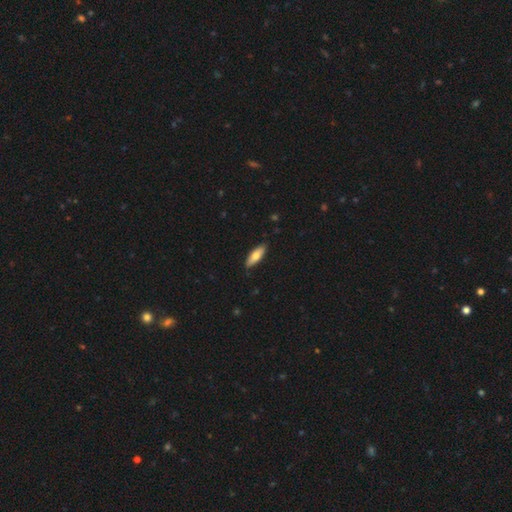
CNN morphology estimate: Smooth or featured?
  - smooth: 73% *
  - featured or disk: 22%
  - star or artifact: 5%
How rounded?
  - in between: 58% *
  - cigar-shaped: 40%
  - round: 2%
Merging?
  - none: 89% *
  - minor disturbance: 9%
  - major disturbance: 2%
  - merger: 1%